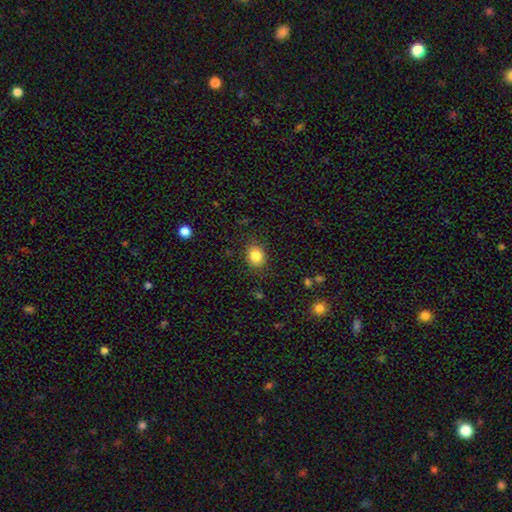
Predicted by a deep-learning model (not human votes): Overall: smooth (85%). How rounded: round (63%; in between 36%). Merging: none (83%).